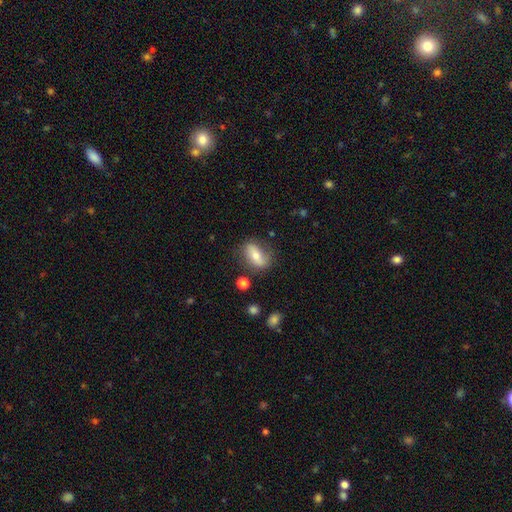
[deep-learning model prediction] Overall: smooth (60%; featured or disk 33%). How rounded: in between (78%). Merging: none (73%).